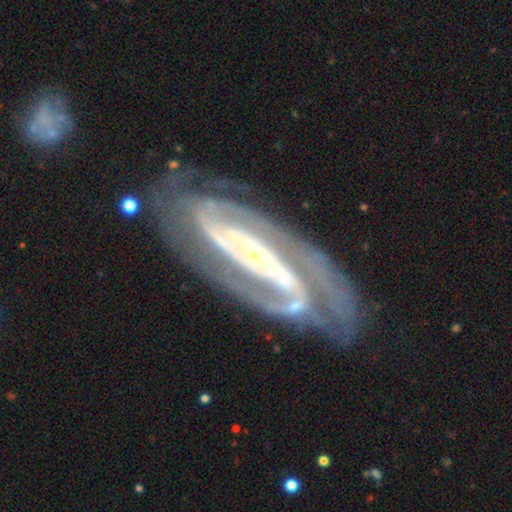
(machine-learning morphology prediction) Smooth or featured? Predicted: featured or disk (p=0.91). Edge-on disk? Predicted: no (p=0.93). Bar? Predicted: strong (p=0.49). Spiral arms? Predicted: yes (p=0.98). Spiral winding? Predicted: tight (p=0.60). Spiral arm count? Predicted: 2 (p=0.68). Bulge size? Predicted: small (p=0.78). Merging? Predicted: none (p=0.75).